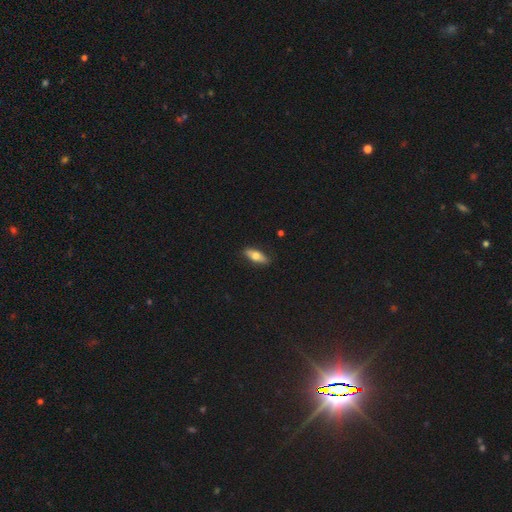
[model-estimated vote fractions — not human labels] Smooth or featured: smooth — 67% (featured or disk — 27%)
How rounded: in between — 69% (cigar-shaped — 28%)
Merging: none — 86% (minor disturbance — 11%)